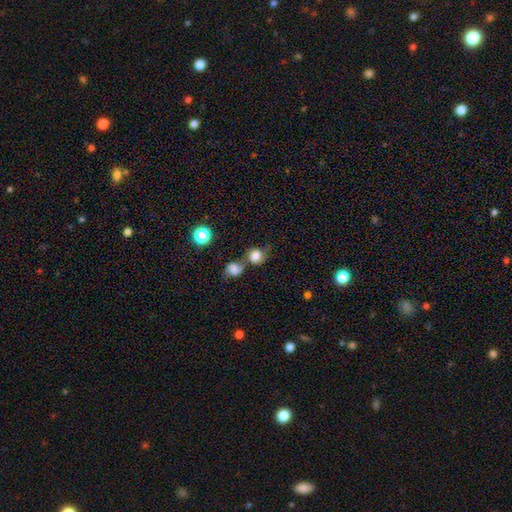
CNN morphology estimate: Overall: smooth (77%). How rounded: round (79%). Merging: none (43%; merger 36%).